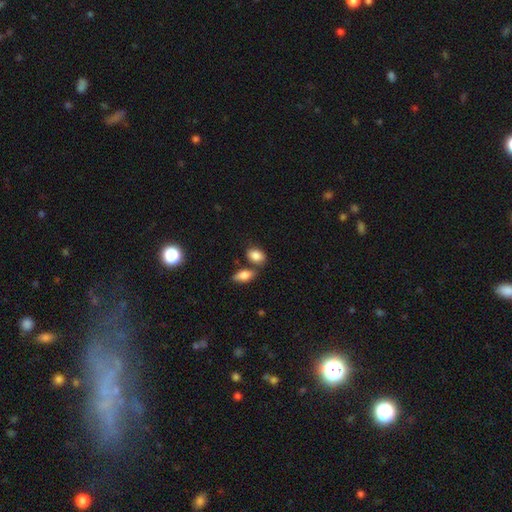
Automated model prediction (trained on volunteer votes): Smooth or featured? smooth (85%)
How rounded? in between (86%)
Merging? none (54%)